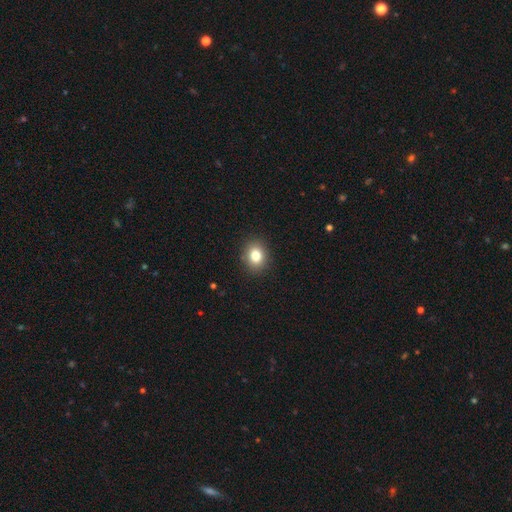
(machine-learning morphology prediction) This appears to be a smooth galaxy with no disk features (81%) that is round (57%). Merging: none (90%).